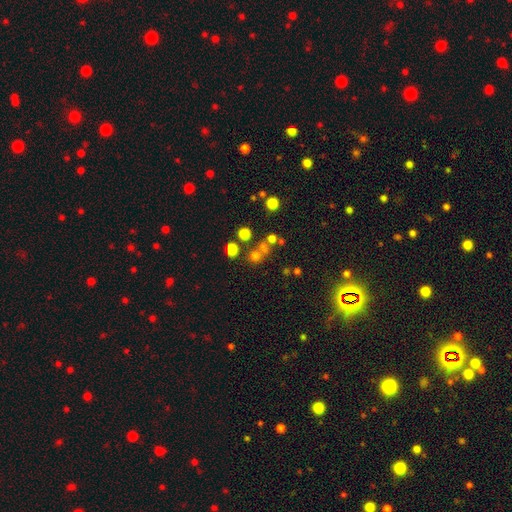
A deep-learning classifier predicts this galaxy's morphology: A smooth galaxy with no disk features (63%) that is round (85%). Merging: none (60%).